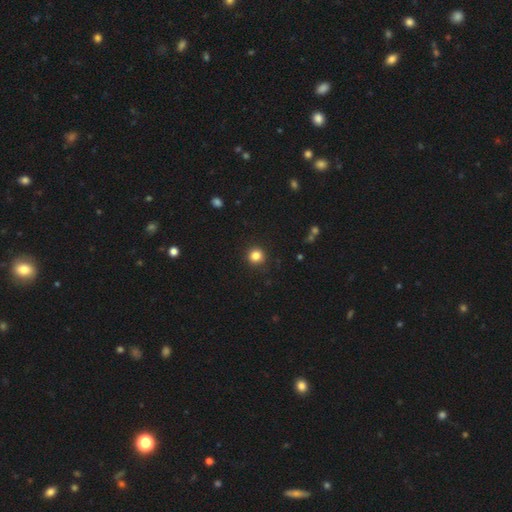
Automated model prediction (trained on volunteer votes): smooth-or-featured: smooth: 84% | star or artifact: 12% | featured or disk: 4%
  how-rounded: round: 92% | in between: 7% | cigar-shaped: 1%
  merging: none: 90% | minor disturbance: 6% | major disturbance: 2% | merger: 1%